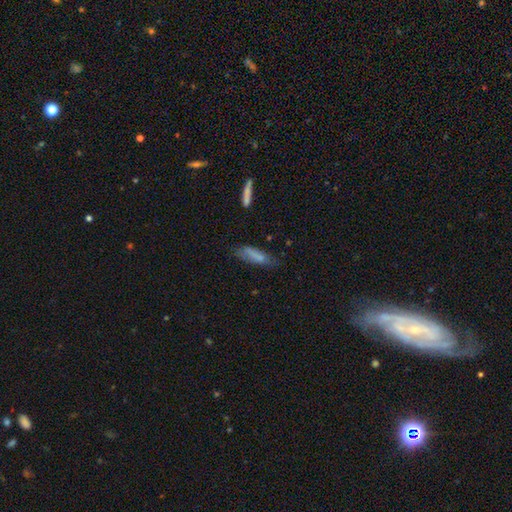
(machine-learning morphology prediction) Smooth or featured? Predicted: smooth (p=0.74). How rounded? Predicted: cigar-shaped (p=0.53). Merging? Predicted: none (p=0.55).